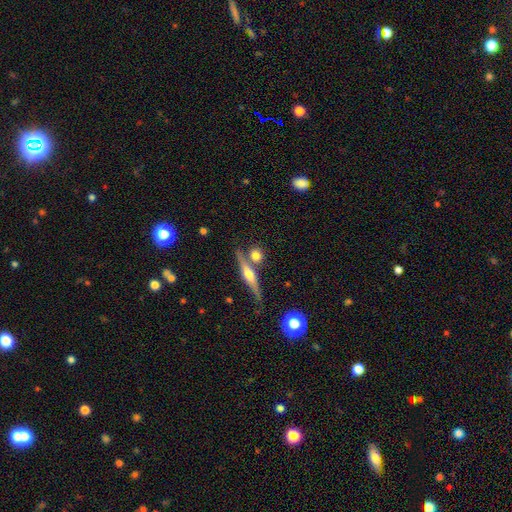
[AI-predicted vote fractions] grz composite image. It shows a smooth galaxy with no disk features (54%) that is round (59%). Merging: none (67%).